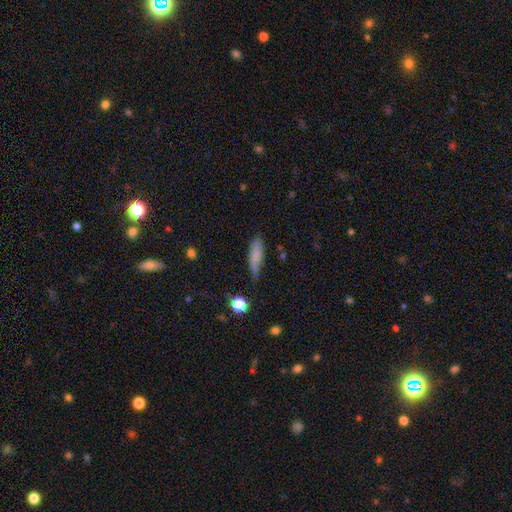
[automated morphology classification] Smooth or featured?
  - smooth: 73% *
  - featured or disk: 17%
  - star or artifact: 10%
How rounded?
  - cigar-shaped: 57% *
  - in between: 40%
  - round: 3%
Merging?
  - none: 67% *
  - minor disturbance: 21%
  - major disturbance: 6%
  - merger: 5%